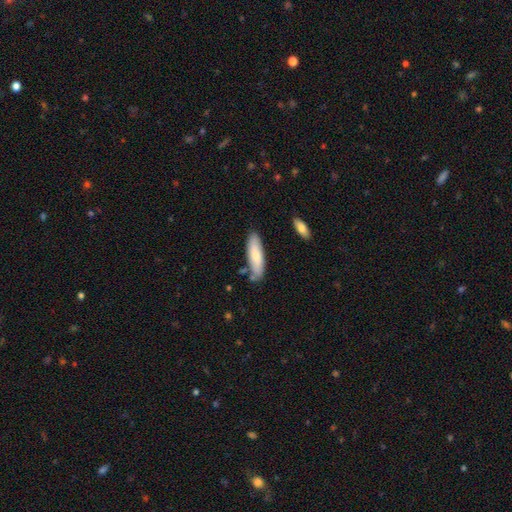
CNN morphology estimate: smooth 76%, featured or disk 19%, star or artifact 5%. Down the decision tree: how rounded — cigar-shaped (52%); merging — none (80%).